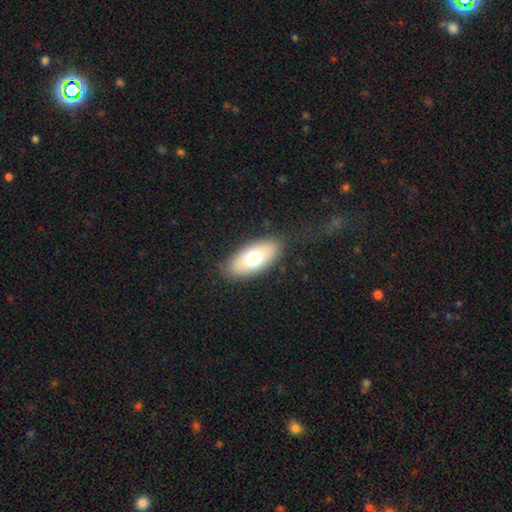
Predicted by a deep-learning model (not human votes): A smooth galaxy with no disk features (66%) that is in between round and cigar-shaped (87%).

Vote fractions:
- Smooth or featured? smooth: 66% / featured or disk: 26% / star or artifact: 8%
- How rounded? in between: 87% / cigar-shaped: 10% / round: 4%
- Merging? none: 77% / minor disturbance: 14% / major disturbance: 7% / merger: 1%